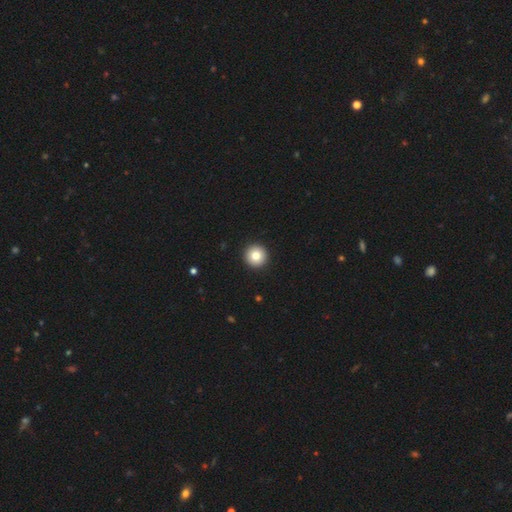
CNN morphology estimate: smooth_or_featured: smooth (p=0.82) [alt: star or artifact p=0.09]
how_rounded: round (p=0.97) [alt: in between p=0.02]
merging: none (p=0.94) [alt: minor disturbance p=0.04]